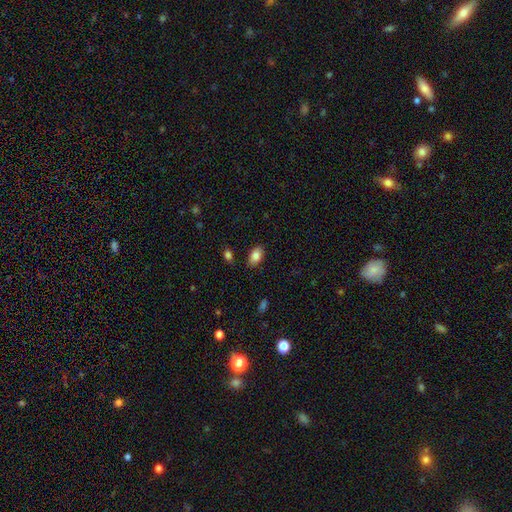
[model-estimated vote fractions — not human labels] Smooth or featured? Predicted: smooth (p=0.83). How rounded? Predicted: in between (p=0.91). Merging? Predicted: none (p=0.83).